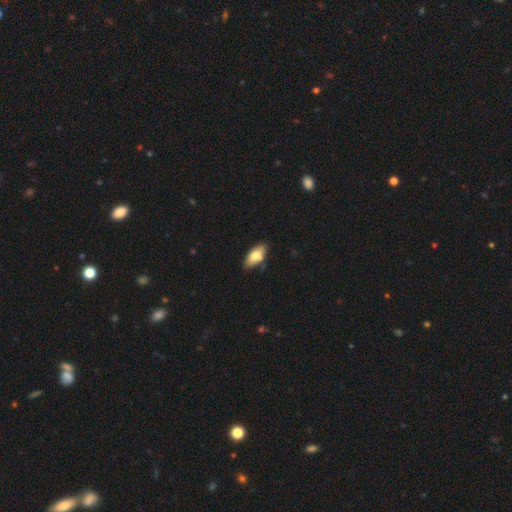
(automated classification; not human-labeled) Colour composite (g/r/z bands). It shows a smooth galaxy with no disk features (75%) that is in between round and cigar-shaped (88%). Merging: none (77%).